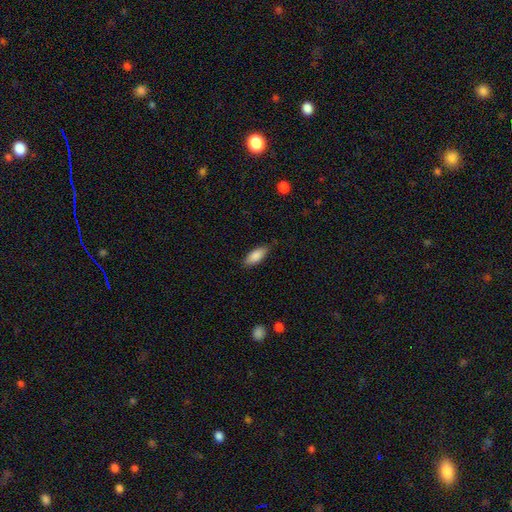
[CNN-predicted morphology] This is clearly a smooth galaxy (86%). How rounded: likely in between (79%). Merging: clearly none (82%).